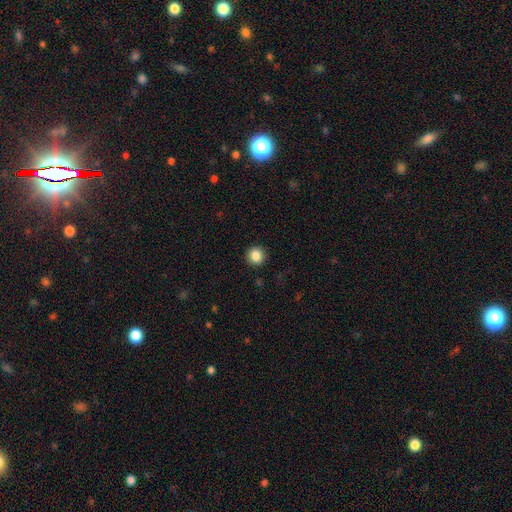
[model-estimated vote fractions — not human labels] The model was most divided on "smooth or featured": smooth: 86%, star or artifact: 10%, featured or disk: 4%. More confident: merging — none (92%); how rounded — round (92%).